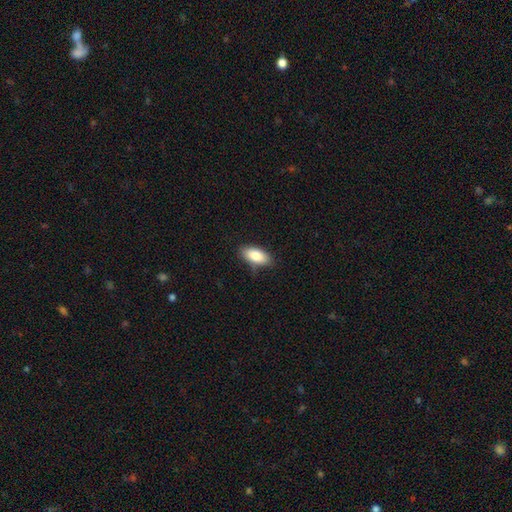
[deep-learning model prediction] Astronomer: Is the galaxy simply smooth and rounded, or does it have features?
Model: smooth — 85%.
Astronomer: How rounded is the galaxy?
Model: in between — 89%.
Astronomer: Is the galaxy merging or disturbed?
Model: none — 80%.